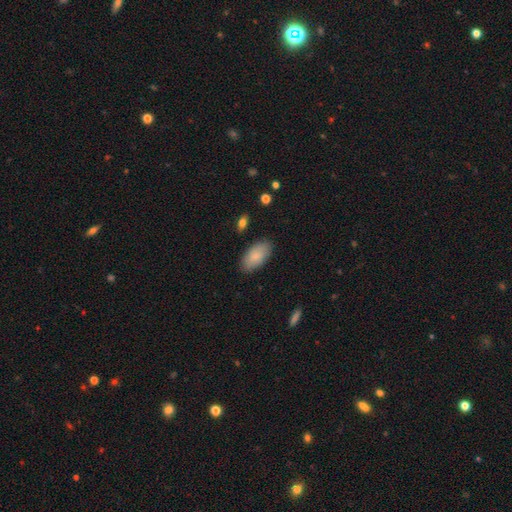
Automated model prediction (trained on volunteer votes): The model was most divided on "merging": none: 85%, minor disturbance: 11%, major disturbance: 3%, merger: 1%. More confident: how rounded — in between (94%); smooth or featured — smooth (85%).